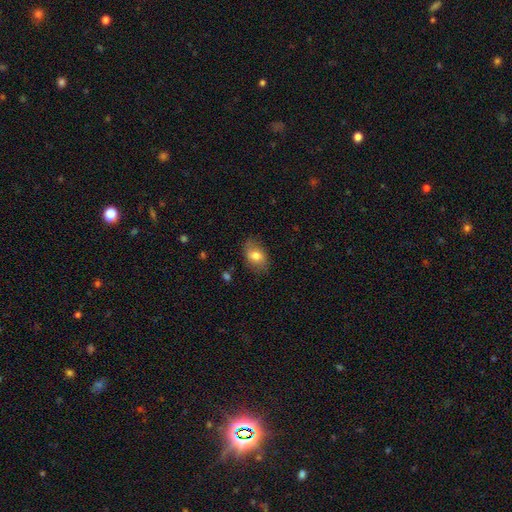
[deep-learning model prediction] smooth-or-featured: smooth: 73% | featured or disk: 19% | star or artifact: 8%
  how-rounded: in between: 83% | round: 15% | cigar-shaped: 1%
  merging: none: 75% | minor disturbance: 19% | major disturbance: 5% | merger: 1%